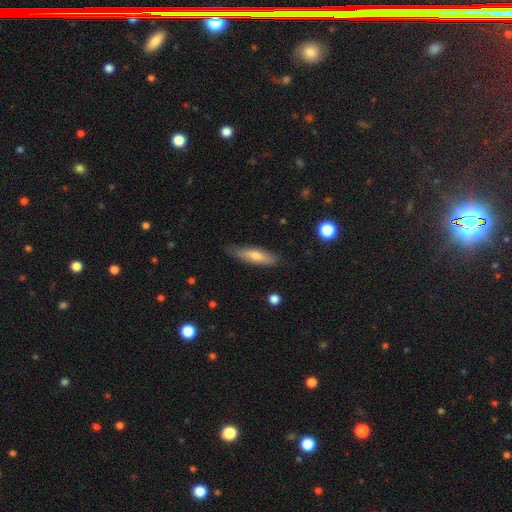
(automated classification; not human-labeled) Smooth or featured? smooth (64%)
How rounded? cigar-shaped (65%)
Merging? none (80%)